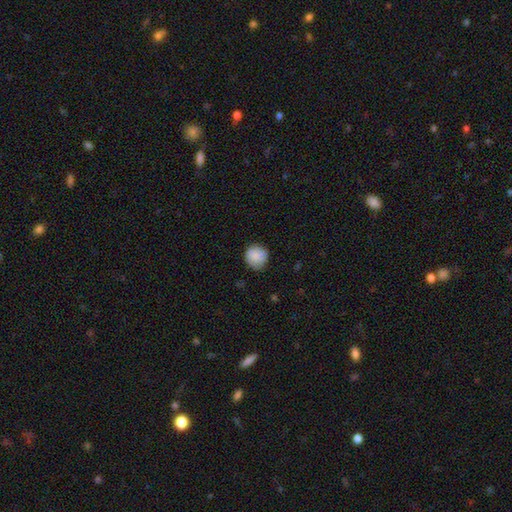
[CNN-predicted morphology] A smooth galaxy with no disk features (86%) that is round (91%).

Vote fractions:
- Smooth or featured? smooth: 86% / star or artifact: 7% / featured or disk: 7%
- How rounded? round: 91% / in between: 8% / cigar-shaped: 1%
- Merging? none: 77% / minor disturbance: 19% / major disturbance: 3% / merger: 1%